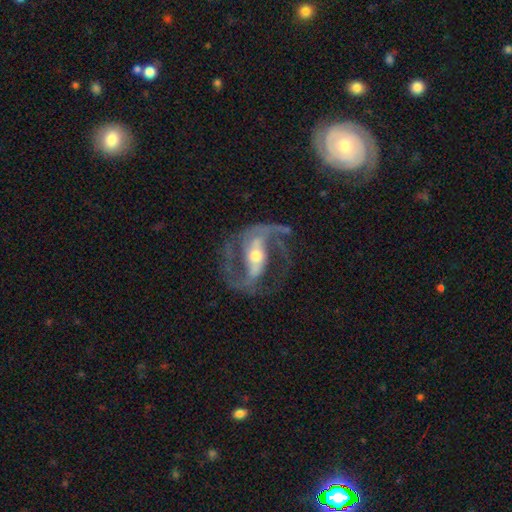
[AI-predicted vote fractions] Morphology: type=featured or disk (91%); edge-on=no (96%); bar=strong (60%); spiral arms=yes (96%); winding=medium (58%); arm count=2 (91%); bulge=moderate (63%); merging=none (71%).